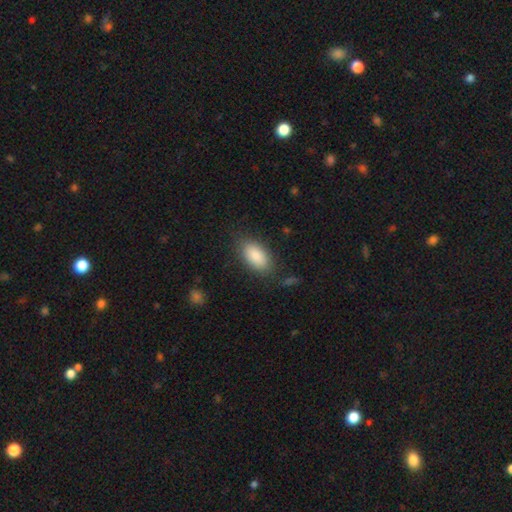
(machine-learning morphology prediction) Overall: smooth (88%). How rounded: in between (93%). Merging: none (80%).